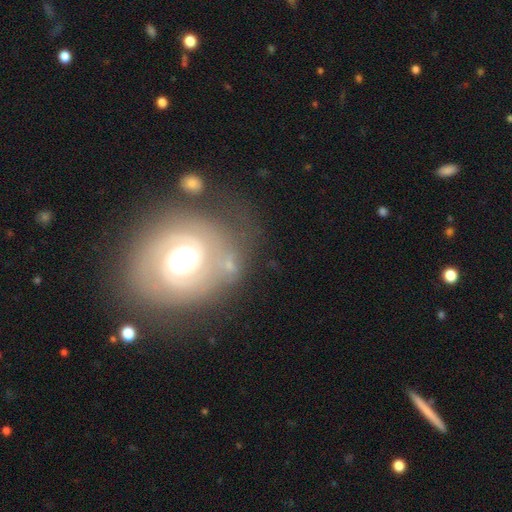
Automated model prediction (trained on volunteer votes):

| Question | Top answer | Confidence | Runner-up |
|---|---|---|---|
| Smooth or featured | featured or disk | 73% | smooth (19%) |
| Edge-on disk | no | 97% | yes (3%) |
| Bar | no | 54% | weak (36%) |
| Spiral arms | yes | 84% | no (16%) |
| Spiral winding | tight | 62% | medium (29%) |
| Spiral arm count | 2 | 62% | can't tell (22%) |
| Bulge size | moderate | 61% | small (18%) |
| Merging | none | 72% | minor disturbance (16%) |